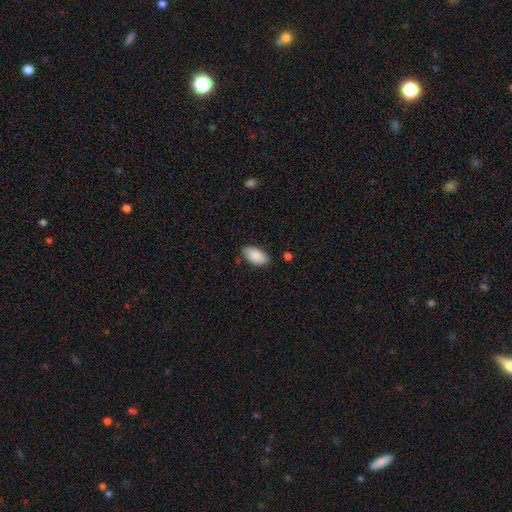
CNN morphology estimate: Smooth or featured? smooth (89%)
How rounded? in between (95%)
Merging? none (79%)